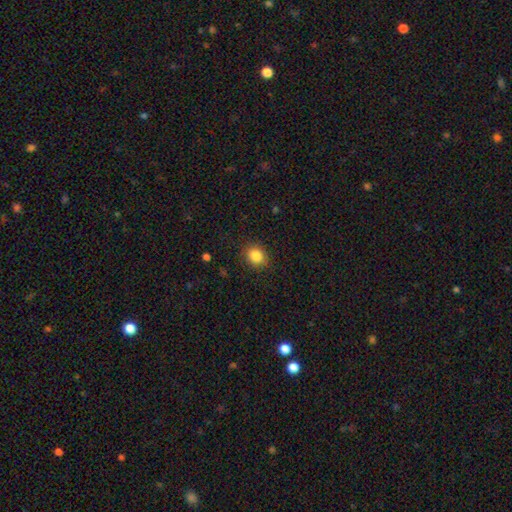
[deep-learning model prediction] Smooth or featured? Predicted: smooth (p=0.86). How rounded? Predicted: round (p=0.65). Merging? Predicted: none (p=0.88).